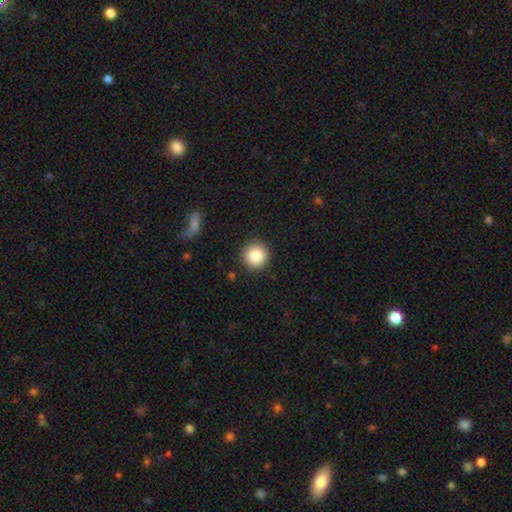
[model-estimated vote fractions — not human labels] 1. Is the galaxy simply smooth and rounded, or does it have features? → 85% smooth, 9% star or artifact, 6% featured or disk.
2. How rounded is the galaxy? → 95% round, 4% in between, 1% cigar-shaped.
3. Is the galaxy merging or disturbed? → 91% none, 6% minor disturbance, 2% major disturbance, 1% merger.